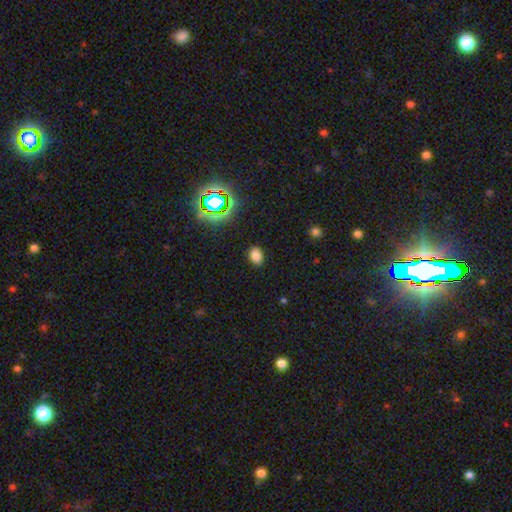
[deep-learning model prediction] Smooth or featured?
  - smooth: 75% *
  - star or artifact: 19%
  - featured or disk: 6%
How rounded?
  - in between: 76% *
  - round: 23%
  - cigar-shaped: 1%
Merging?
  - none: 87% *
  - minor disturbance: 9%
  - major disturbance: 3%
  - merger: 1%